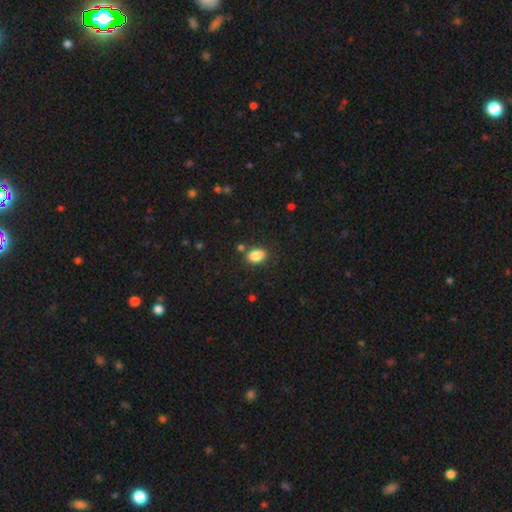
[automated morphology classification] Overall: smooth (86%). How rounded: in between (81%). Merging: none (76%).